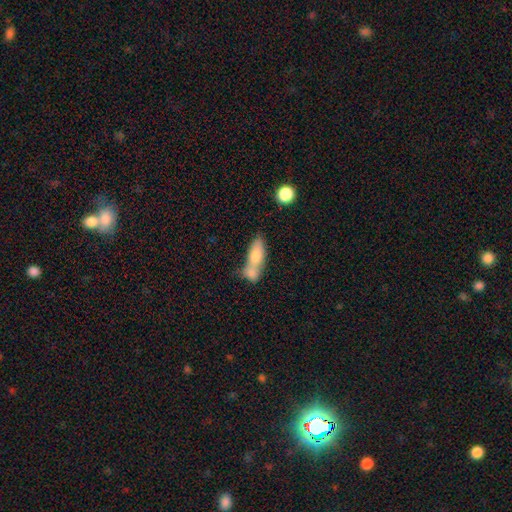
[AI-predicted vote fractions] A smooth galaxy with no disk features (74%) that is in between round and cigar-shaped (67%). Merging: merger (63%).